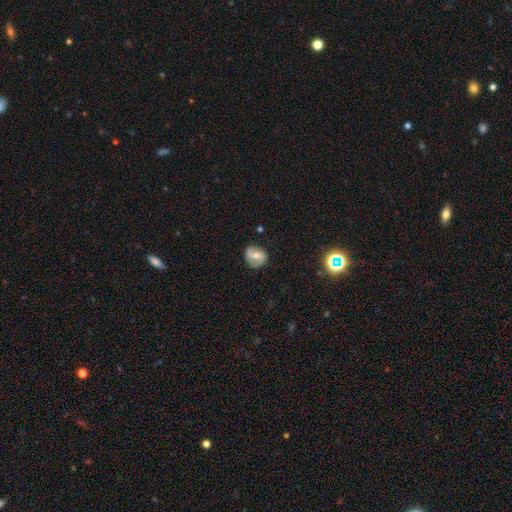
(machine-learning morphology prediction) Q: Smooth or featured?
A: featured or disk (49%); runner-up: smooth (42%)
Q: Merging?
A: none (71%); runner-up: minor disturbance (21%)